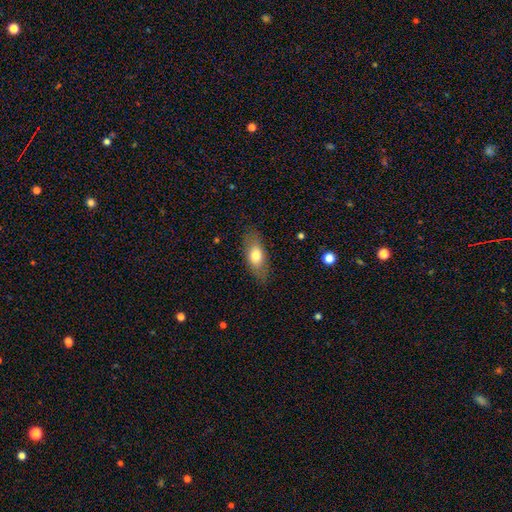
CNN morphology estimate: A smooth galaxy with no disk features (72%) that is in between round and cigar-shaped (79%). Merging: none (82%).